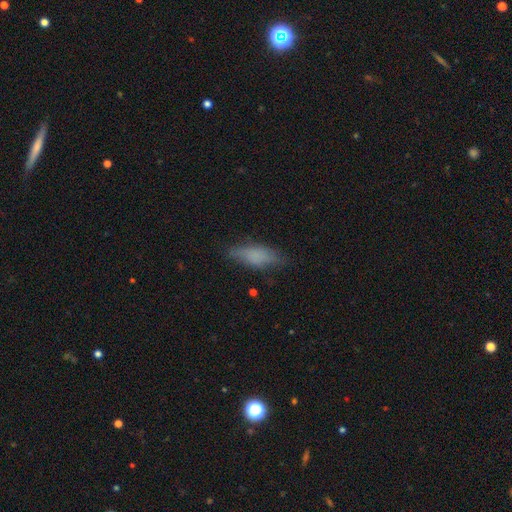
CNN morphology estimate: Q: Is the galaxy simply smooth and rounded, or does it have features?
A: smooth — 73%.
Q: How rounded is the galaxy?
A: in between — 58%.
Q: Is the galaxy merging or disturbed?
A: none — 72%.